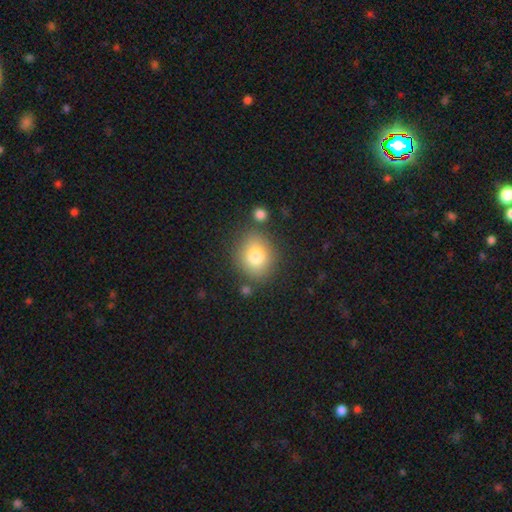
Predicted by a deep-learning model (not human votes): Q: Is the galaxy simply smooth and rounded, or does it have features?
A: smooth — 80%.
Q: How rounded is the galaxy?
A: round — 69%.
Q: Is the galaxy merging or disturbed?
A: none — 77%.